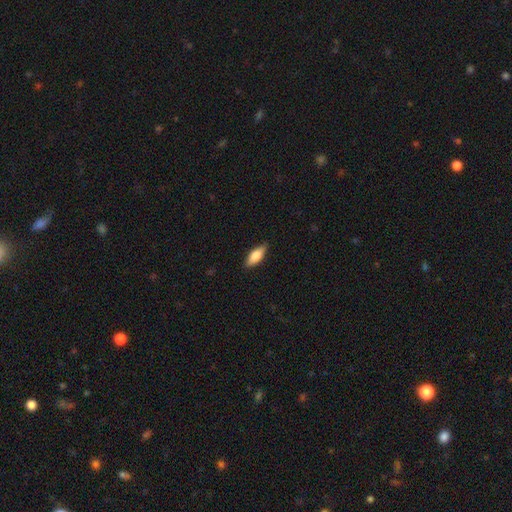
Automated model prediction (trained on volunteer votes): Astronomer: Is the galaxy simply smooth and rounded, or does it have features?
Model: smooth — 78%.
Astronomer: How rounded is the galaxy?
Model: in between — 75%.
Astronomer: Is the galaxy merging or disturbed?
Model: none — 86%.